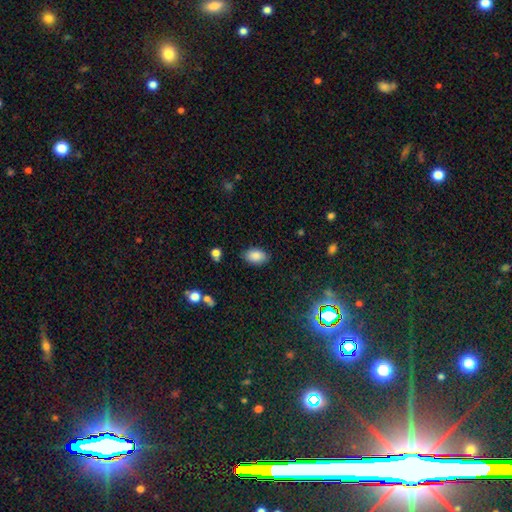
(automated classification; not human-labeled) smooth_or_featured: smooth (p=0.86) [alt: star or artifact p=0.08]
how_rounded: in between (p=0.91) [alt: round p=0.07]
merging: none (p=0.85) [alt: minor disturbance p=0.10]